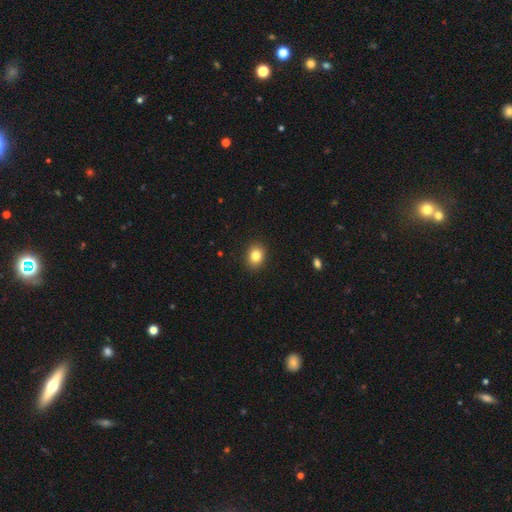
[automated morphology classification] smooth_or_featured: smooth (p=0.83) [alt: star or artifact p=0.10]
how_rounded: round (p=0.52) [alt: in between p=0.47]
merging: none (p=0.90) [alt: minor disturbance p=0.07]